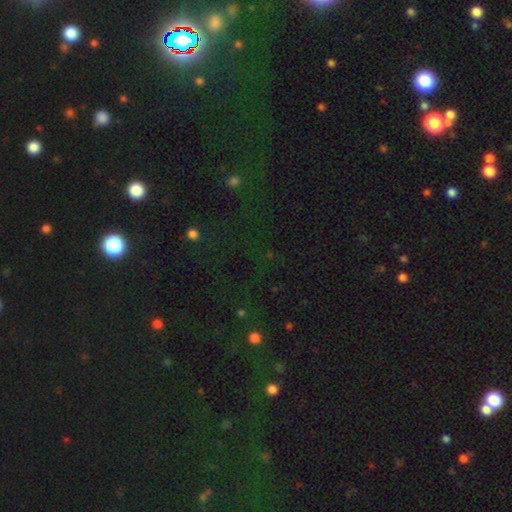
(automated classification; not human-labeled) Smooth or featured?
  - star or artifact: 73% *
  - smooth: 19%
  - featured or disk: 9%